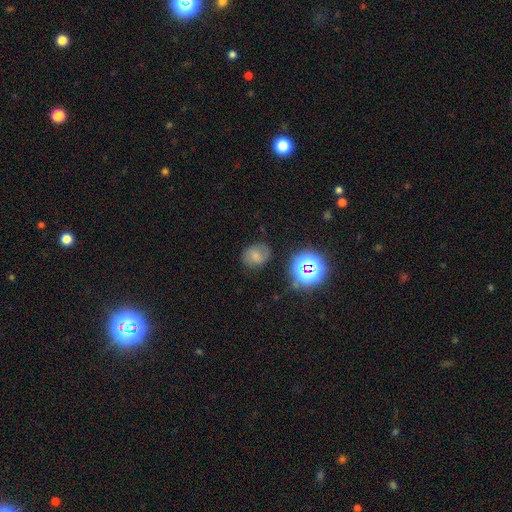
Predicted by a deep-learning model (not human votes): Smooth or featured: smooth — 54% (featured or disk — 27%)
How rounded: round — 57% (in between — 42%)
Merging: none — 74% (minor disturbance — 18%)